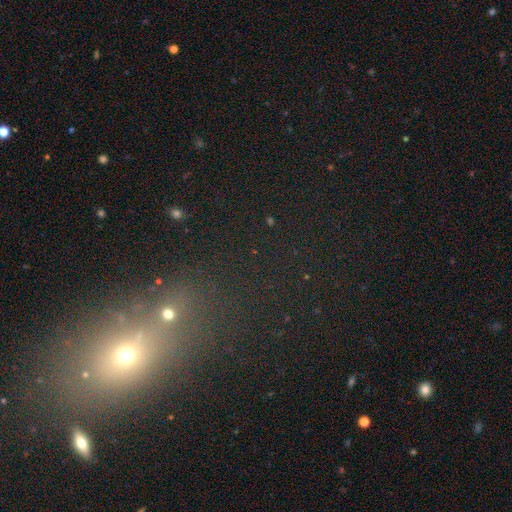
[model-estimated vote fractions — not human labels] Smooth or featured: star or artifact — 51% (smooth — 35%)